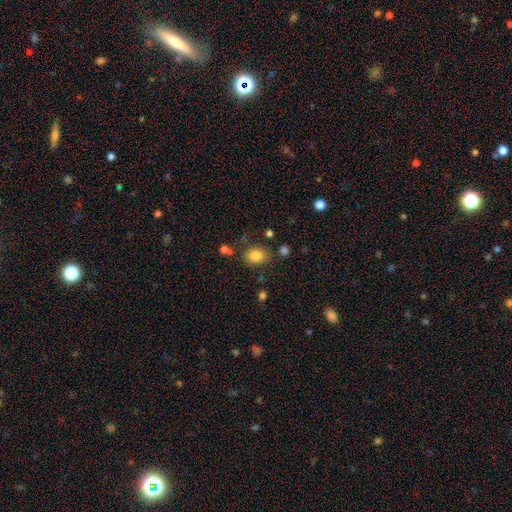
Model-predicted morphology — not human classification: This appears to be a smooth galaxy with no disk features (84%) that is in between round and cigar-shaped (63%). Merging: none (75%).